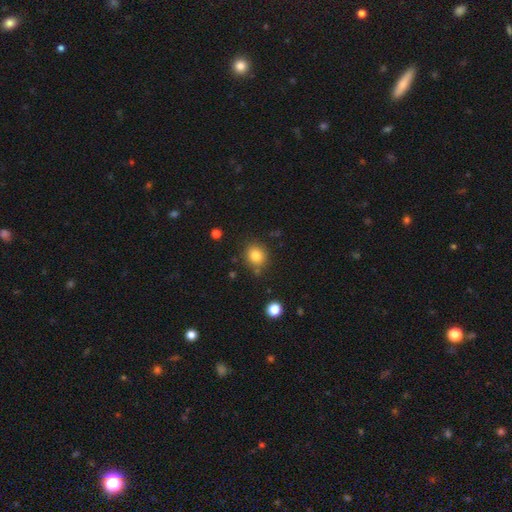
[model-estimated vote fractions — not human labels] This appears to be a smooth galaxy with no disk features (83%) that is round (77%). Merging: none (82%).